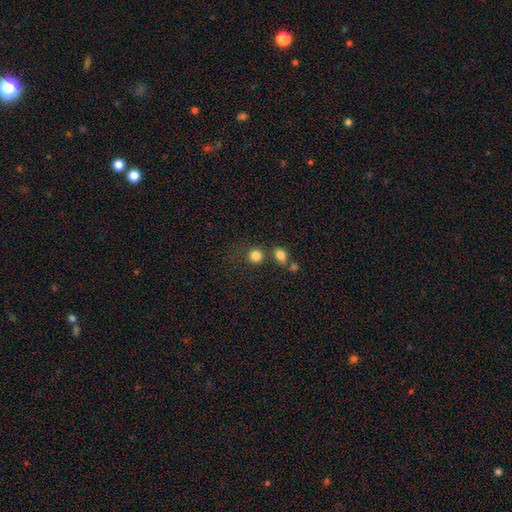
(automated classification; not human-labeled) A smooth galaxy with no disk features (82%) that is round (86%).

Vote fractions:
- Smooth or featured? smooth: 82% / star or artifact: 13% / featured or disk: 5%
- How rounded? round: 86% / in between: 13% / cigar-shaped: 1%
- Merging? none: 68% / merger: 17% / minor disturbance: 10% / major disturbance: 5%